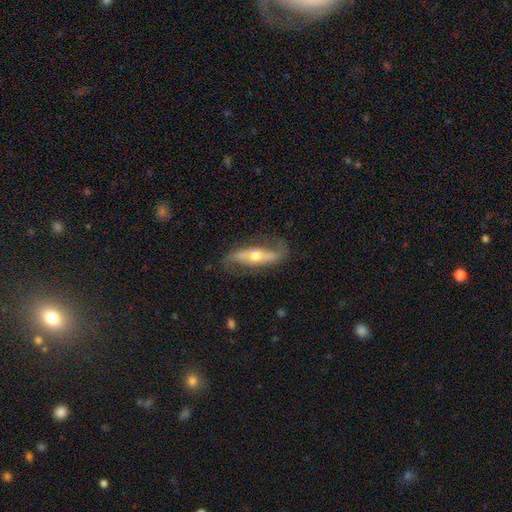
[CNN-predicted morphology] A featured or disk galaxy (77%) with a strong bar (39%), spiral arms (86%) and a moderate central bulge (66%).

Vote fractions:
- Smooth or featured? featured or disk: 77% / smooth: 18% / star or artifact: 6%
- Edge-on disk? no: 67% / yes: 33%
- Bar? strong: 39% / no: 36% / weak: 25%
- Spiral arms? yes: 86% / no: 14%
- Bulge size? moderate: 66% / small: 22% / large: 8% / none: 2% / dominant: 2%
- Merging? none: 73% / minor disturbance: 17% / major disturbance: 8% / merger: 2%